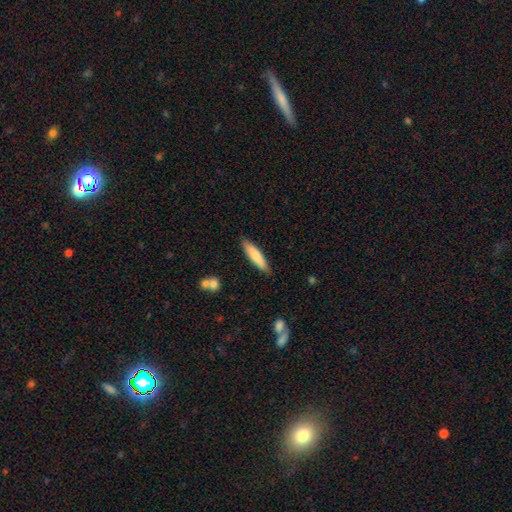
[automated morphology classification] smooth 77%, featured or disk 17%, star or artifact 5%. Down the decision tree: how rounded — cigar-shaped (77%); merging — none (86%).